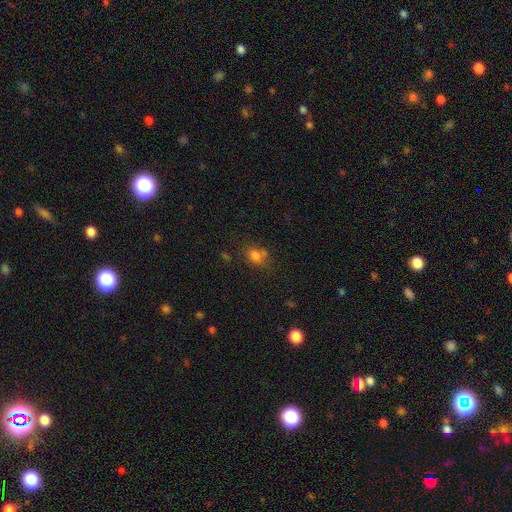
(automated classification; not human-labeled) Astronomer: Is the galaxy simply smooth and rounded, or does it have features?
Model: smooth — 76%.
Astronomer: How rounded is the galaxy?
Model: in between — 52% (runner-up: round, 47%).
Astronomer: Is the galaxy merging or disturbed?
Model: none — 57%.